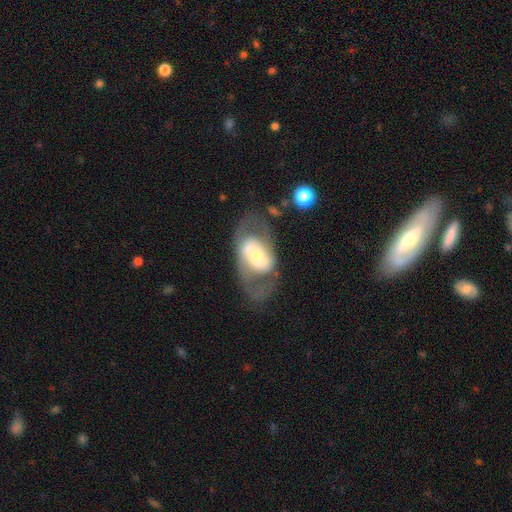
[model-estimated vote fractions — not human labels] The model was most divided on "bulge size": moderate: 38%, small: 36%, large: 18%, dominant: 5%, none: 2%. Remaining: edge-on disk — no (93%); smooth or featured — featured or disk (67%); spiral arms — yes (62%); merging — none (53%); bar — no (45%).